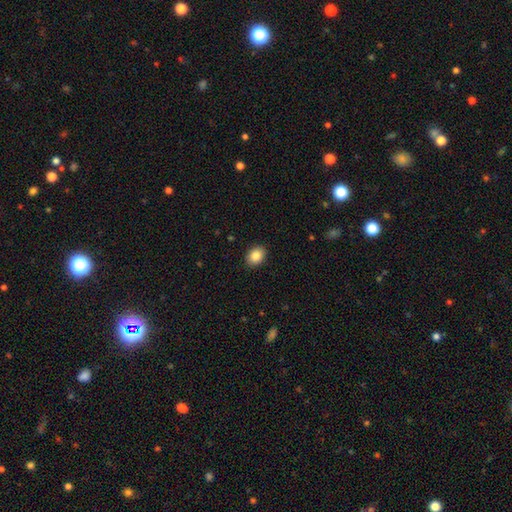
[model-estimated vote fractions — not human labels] smooth-or-featured: smooth: 87% | star or artifact: 8% | featured or disk: 5%
  how-rounded: in between: 67% | round: 32% | cigar-shaped: 1%
  merging: none: 90% | minor disturbance: 7% | major disturbance: 2% | merger: 1%